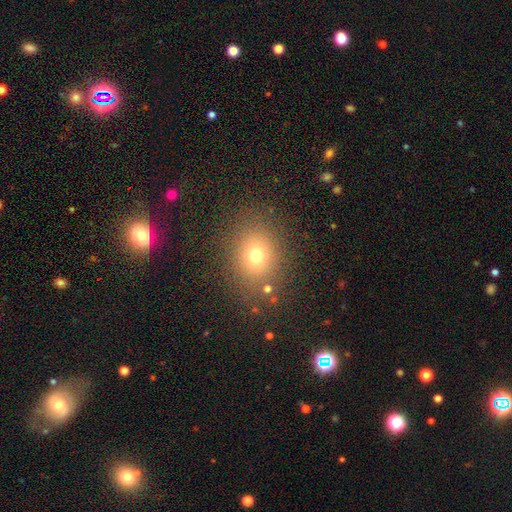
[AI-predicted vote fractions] Smooth or featured? smooth (71%)
How rounded? round (64%)
Merging? none (83%)